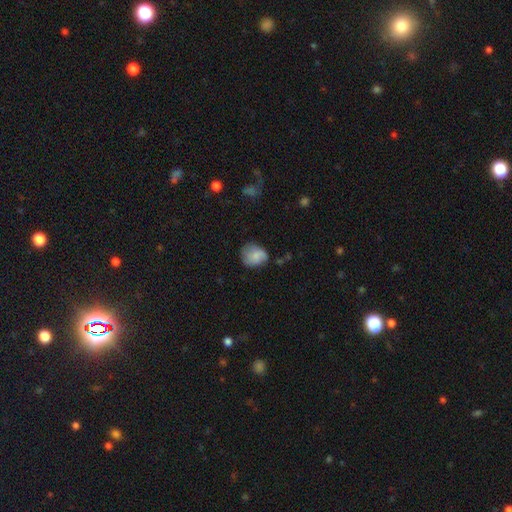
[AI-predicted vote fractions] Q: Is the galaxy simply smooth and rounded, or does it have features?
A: smooth — 74%.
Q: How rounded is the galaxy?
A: round — 56%.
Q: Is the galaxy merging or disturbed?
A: none — 54%.